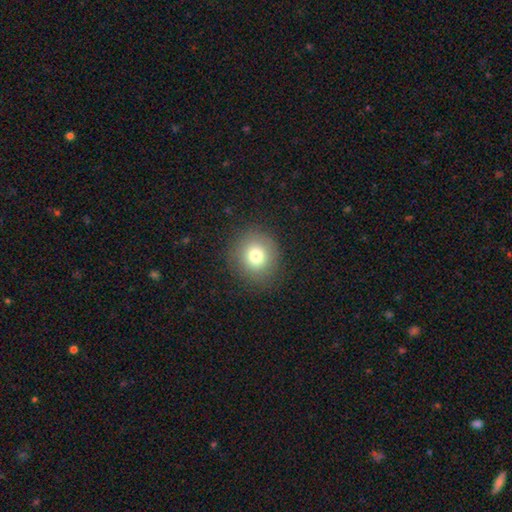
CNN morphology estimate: This appears to be a smooth galaxy with no disk features (78%) that is round (87%). Merging: none (87%).